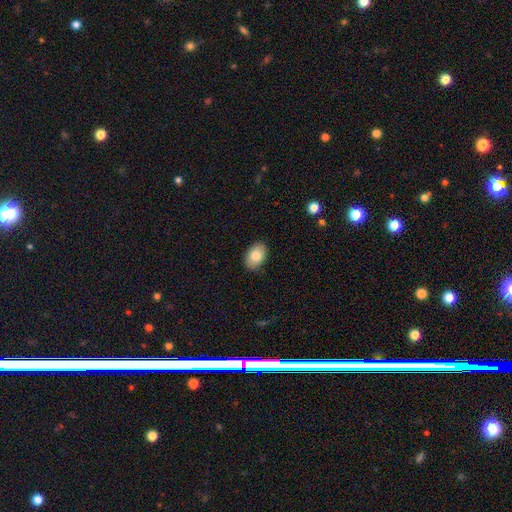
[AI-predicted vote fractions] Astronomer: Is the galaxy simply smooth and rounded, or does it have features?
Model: smooth — 82%.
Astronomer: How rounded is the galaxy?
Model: in between — 87%.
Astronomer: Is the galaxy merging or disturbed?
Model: none — 87%.